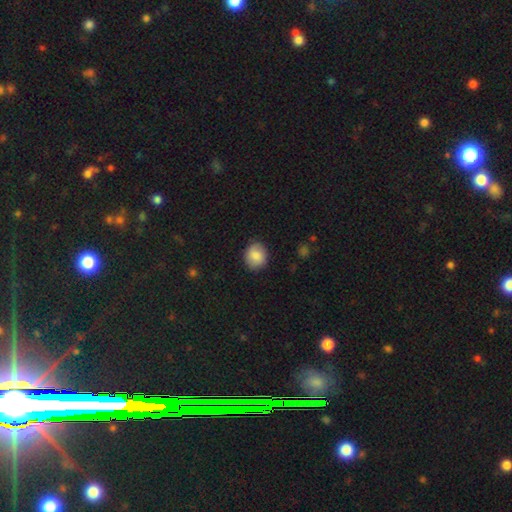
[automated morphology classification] Smooth or featured? smooth (84%)
How rounded? round (74%)
Merging? none (86%)